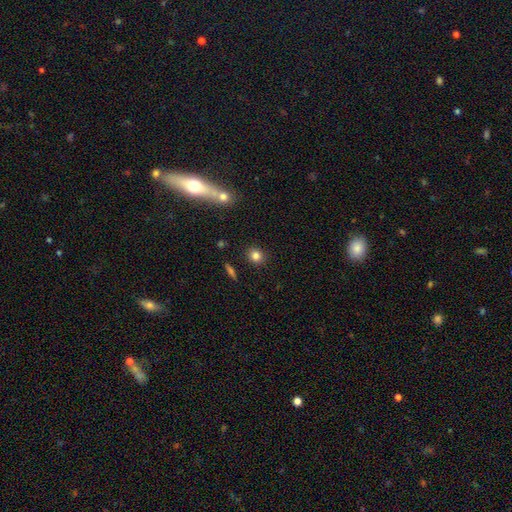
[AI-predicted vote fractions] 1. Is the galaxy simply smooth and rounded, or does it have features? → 82% smooth, 11% star or artifact, 7% featured or disk.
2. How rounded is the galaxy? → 77% round, 22% in between, 2% cigar-shaped.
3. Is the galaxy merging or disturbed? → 88% none, 7% minor disturbance, 2% merger, 2% major disturbance.